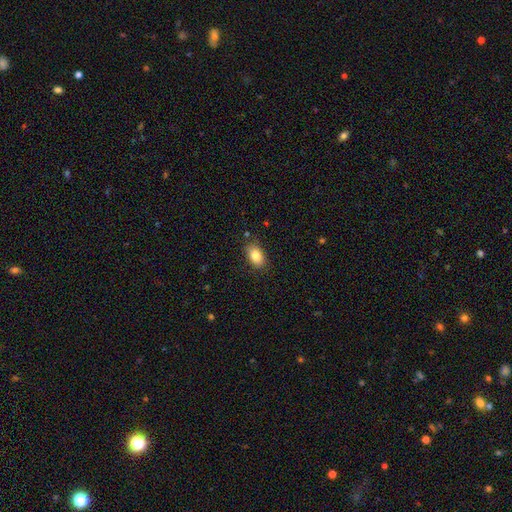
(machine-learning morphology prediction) This appears to be a smooth galaxy with no disk features (84%) that is in between round and cigar-shaped (89%). Merging: none (84%).